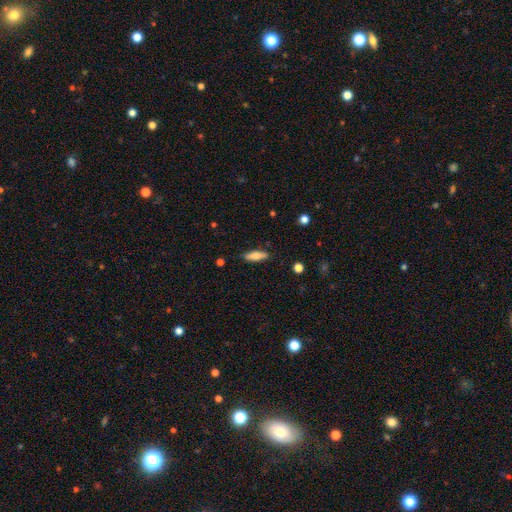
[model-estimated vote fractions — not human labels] A smooth galaxy with no disk features (72%) that is cigar-shaped (55%).

Vote fractions:
- Smooth or featured? smooth: 72% / featured or disk: 21% / star or artifact: 7%
- How rounded? cigar-shaped: 55% / in between: 43% / round: 2%
- Merging? none: 87% / minor disturbance: 10% / major disturbance: 2% / merger: 1%